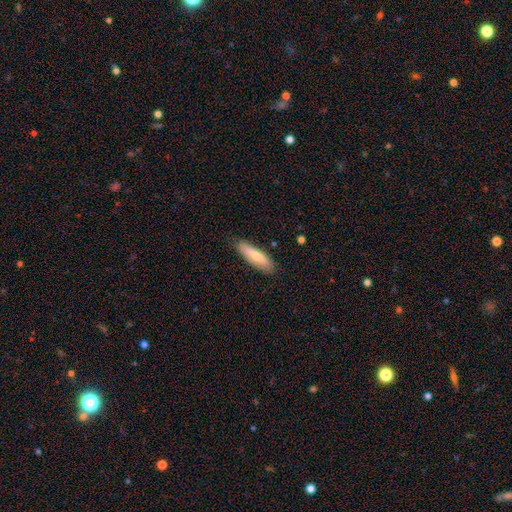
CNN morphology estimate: Smooth or featured? smooth (73%)
How rounded? cigar-shaped (57%)
Merging? none (82%)